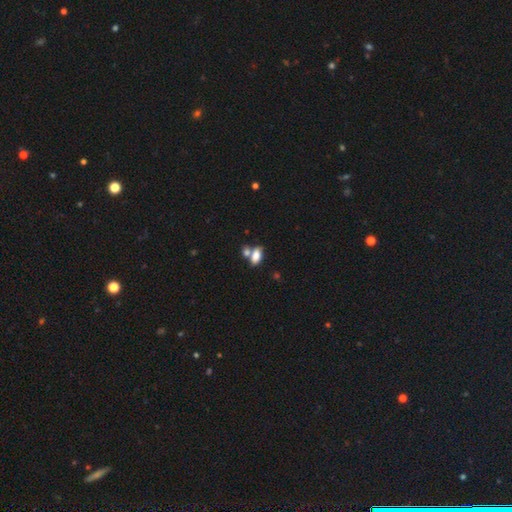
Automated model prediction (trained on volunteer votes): smooth-or-featured: smooth: 80% | featured or disk: 10% | star or artifact: 9%
  how-rounded: in between: 88% | round: 6% | cigar-shaped: 6%
  merging: none: 45% | merger: 39% | minor disturbance: 11% | major disturbance: 4%